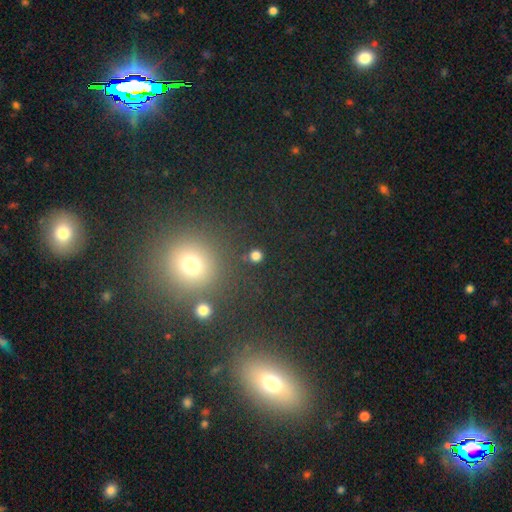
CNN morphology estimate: Smooth or featured: smooth — 77% (star or artifact — 19%)
How rounded: round — 87% (in between — 12%)
Merging: none — 87% (minor disturbance — 7%)